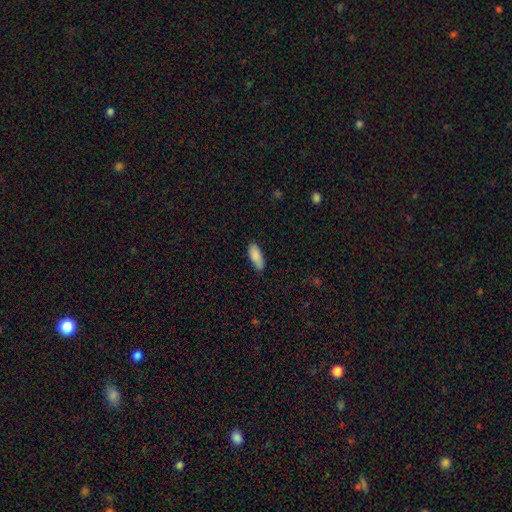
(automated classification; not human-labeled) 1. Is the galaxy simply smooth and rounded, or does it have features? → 87% smooth, 7% featured or disk, 6% star or artifact.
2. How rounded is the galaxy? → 77% in between, 21% cigar-shaped, 2% round.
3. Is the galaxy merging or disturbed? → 76% none, 20% minor disturbance, 3% major disturbance, 2% merger.